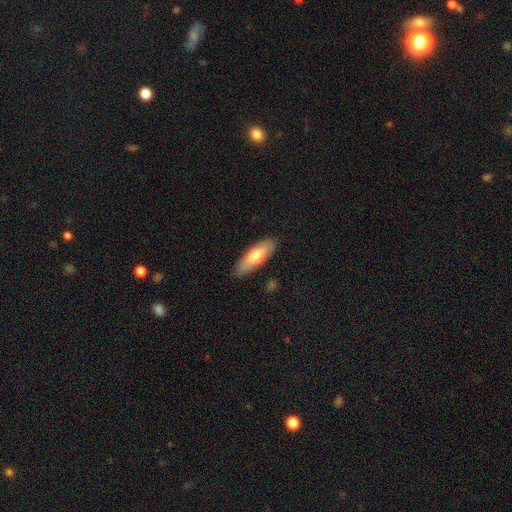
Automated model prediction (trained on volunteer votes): Smooth or featured? smooth (70%)
How rounded? in between (55%)
Merging? none (87%)